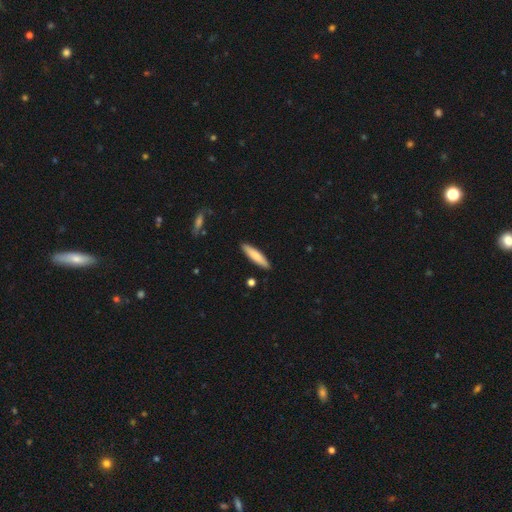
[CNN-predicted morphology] Smooth or featured? Predicted: smooth (p=0.77). How rounded? Predicted: cigar-shaped (p=0.81). Merging? Predicted: none (p=0.90).